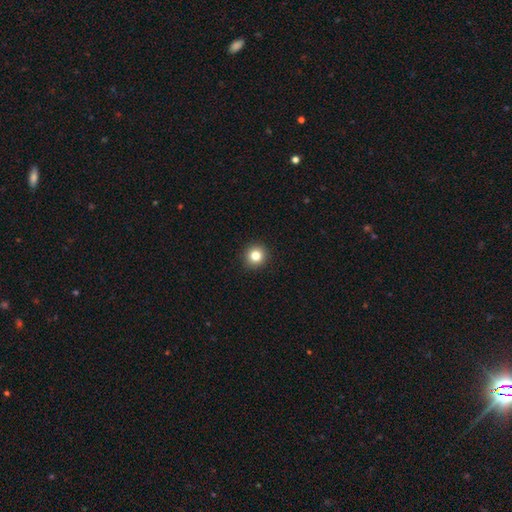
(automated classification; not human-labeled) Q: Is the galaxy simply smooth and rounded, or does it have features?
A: smooth — 81%.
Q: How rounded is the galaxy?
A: round — 94%.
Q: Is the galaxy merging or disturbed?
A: none — 93%.